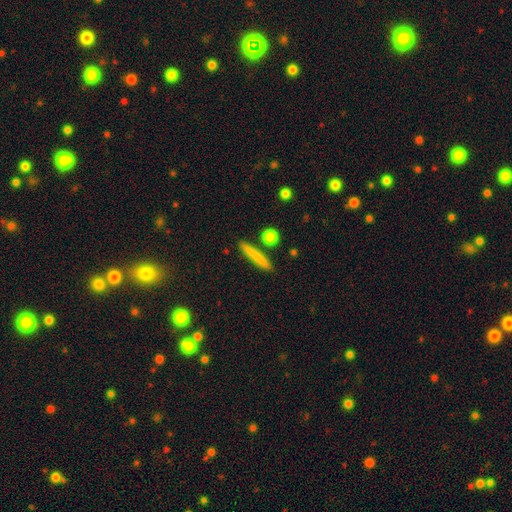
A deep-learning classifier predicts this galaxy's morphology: Smooth or featured?
  - smooth: 76% *
  - featured or disk: 17%
  - star or artifact: 7%
How rounded?
  - cigar-shaped: 92% *
  - in between: 5%
  - round: 3%
Merging?
  - none: 86% *
  - minor disturbance: 8%
  - merger: 4%
  - major disturbance: 2%